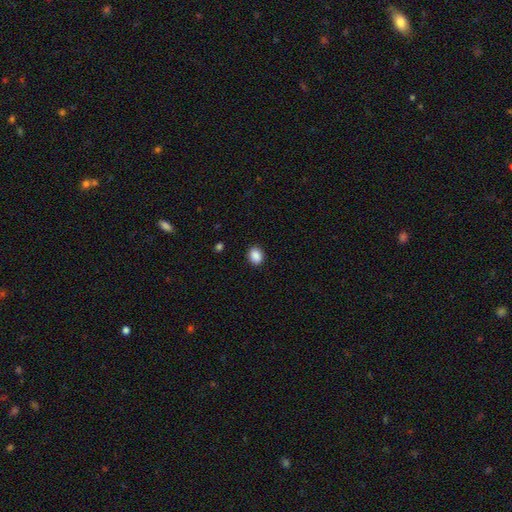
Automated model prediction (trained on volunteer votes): smooth_or_featured: smooth (p=0.89) [alt: star or artifact p=0.08]
how_rounded: in between (p=0.53) [alt: round p=0.46]
merging: none (p=0.90) [alt: minor disturbance p=0.07]